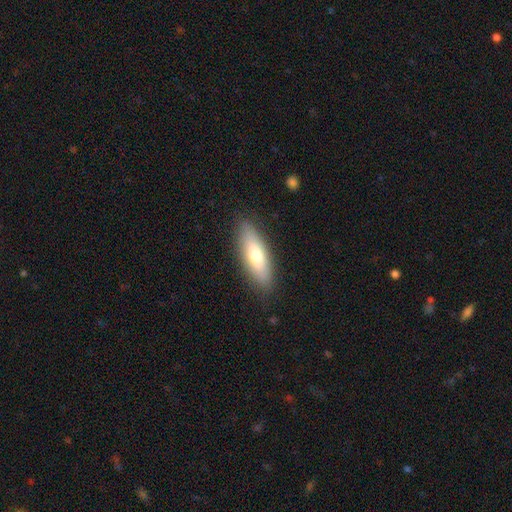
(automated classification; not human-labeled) A smooth galaxy with no disk features (71%) that is in between round and cigar-shaped (55%).

Vote fractions:
- Smooth or featured? smooth: 71% / featured or disk: 24% / star or artifact: 6%
- How rounded? in between: 55% / cigar-shaped: 43% / round: 2%
- Merging? none: 86% / minor disturbance: 10% / major disturbance: 2% / merger: 1%